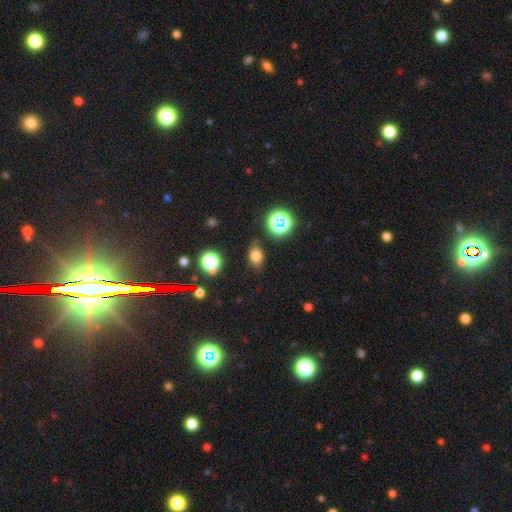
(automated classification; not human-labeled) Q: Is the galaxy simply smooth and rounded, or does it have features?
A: smooth — 74%.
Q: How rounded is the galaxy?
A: in between — 70%.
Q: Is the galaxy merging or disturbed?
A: none — 80%.